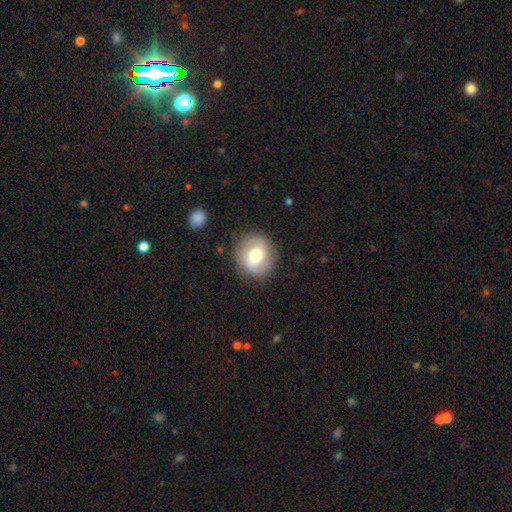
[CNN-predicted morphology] A smooth galaxy with no disk features (50%) that is round (80%).

Vote fractions:
- Smooth or featured? smooth: 50% / featured or disk: 42% / star or artifact: 7%
- How rounded? round: 80% / in between: 19% / cigar-shaped: 1%
- Merging? none: 82% / minor disturbance: 11% / major disturbance: 5% / merger: 2%